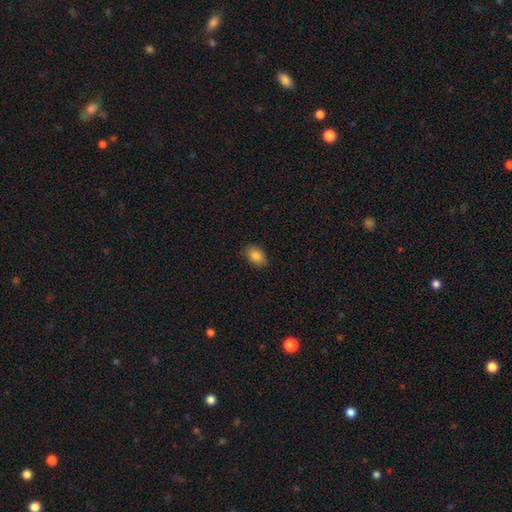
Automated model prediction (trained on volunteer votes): A smooth galaxy with no disk features (86%) that is in between round and cigar-shaped (84%). Merging: none (83%).